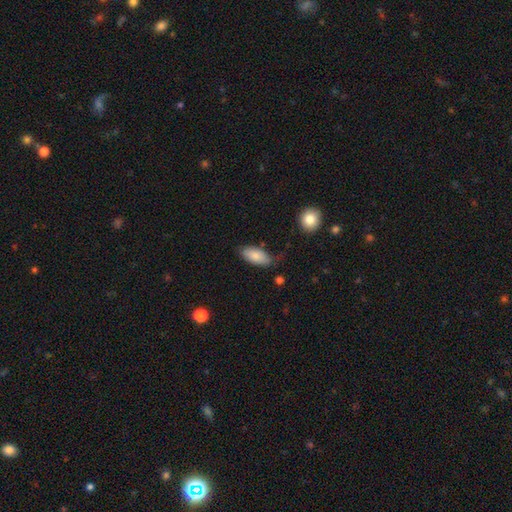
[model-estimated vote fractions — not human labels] The model was most divided on "merging": none: 60%, minor disturbance: 30%, major disturbance: 7%, merger: 3%. More confident: how rounded — in between (91%); smooth or featured — smooth (83%).